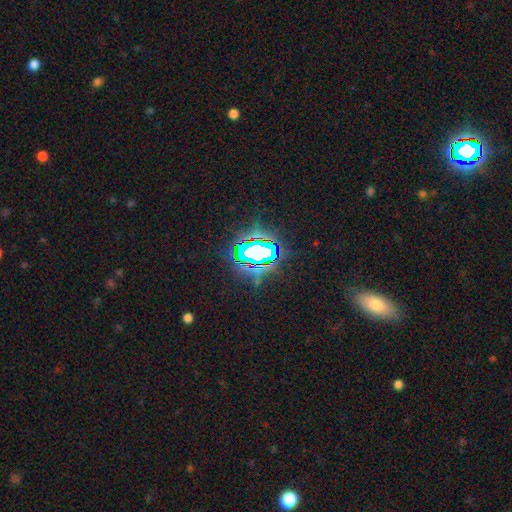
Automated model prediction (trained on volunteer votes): This appears to be a star or artifact, not a galaxy (68%).